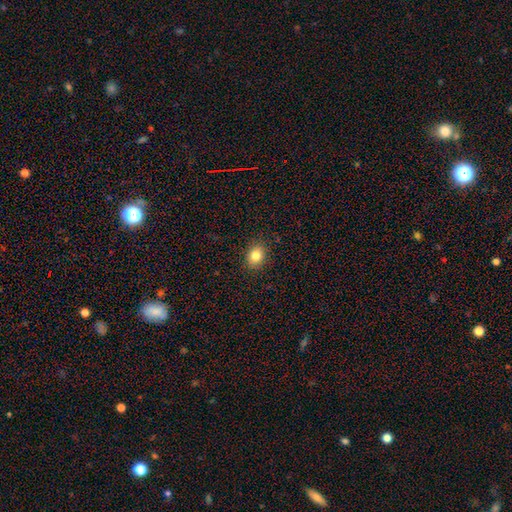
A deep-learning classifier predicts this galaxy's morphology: smooth 83%, star or artifact 10%, featured or disk 6%. Down the decision tree: how rounded — in between (55%); merging — none (88%).